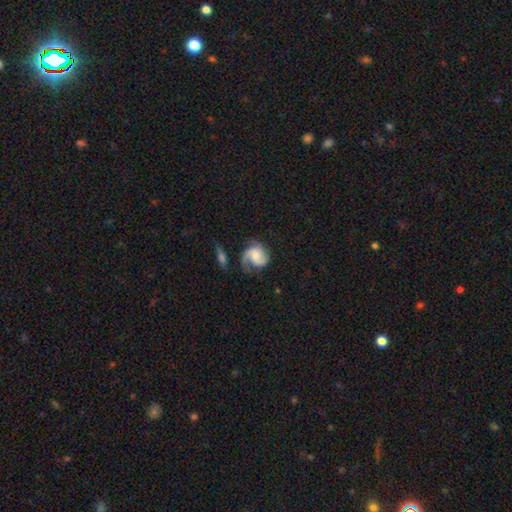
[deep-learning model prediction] smooth_or_featured: featured or disk (p=0.78) [alt: smooth p=0.16]
disk_edge_on: no (p=0.98) [alt: yes p=0.02]
bar: no (p=0.60) [alt: weak p=0.33]
has_spiral_arms: yes (p=0.95) [alt: no p=0.05]
spiral_winding: medium (p=0.47) [alt: tight p=0.27]
spiral_arm_count: 2 (p=0.63) [alt: 1 p=0.16]
bulge_size: moderate (p=0.46) [alt: small p=0.40]
merging: none (p=0.55) [alt: minor disturbance p=0.23]